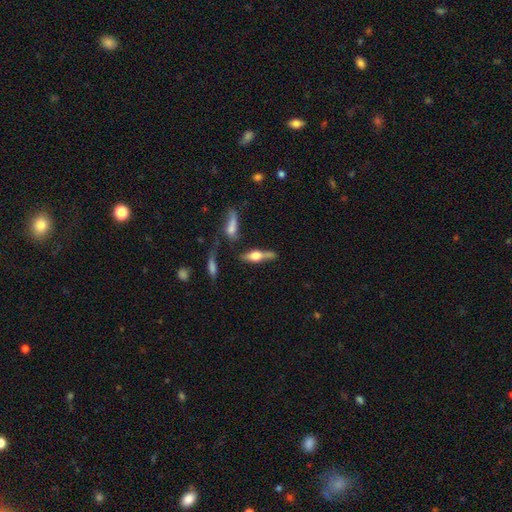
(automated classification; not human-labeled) Smooth or featured? featured or disk (50%)
Merging? none (49%)